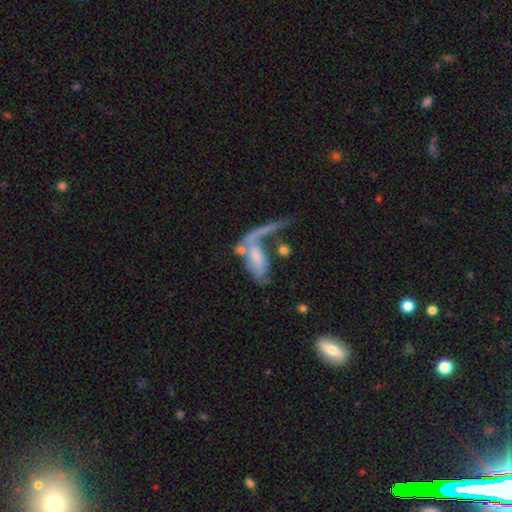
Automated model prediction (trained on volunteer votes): Overall: featured or disk (48%; smooth 43%). Merging: merger (42%; major disturbance 31%).